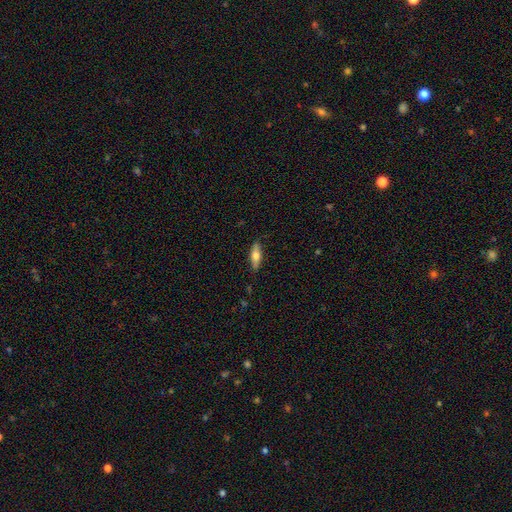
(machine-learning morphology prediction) This appears to be a smooth galaxy with no disk features (61%) that is cigar-shaped (49%, tied with in between). Merging: none (85%).